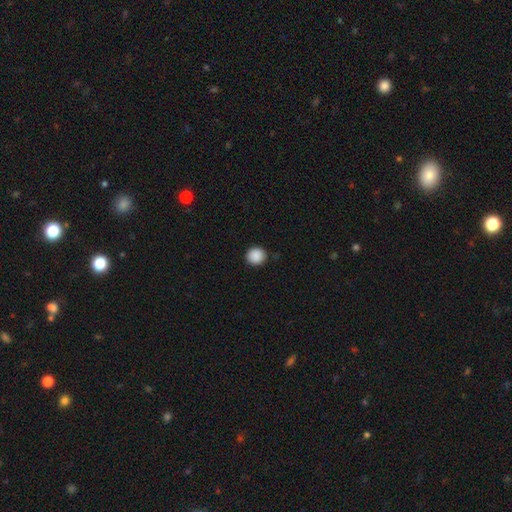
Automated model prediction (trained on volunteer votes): Smooth or featured?
  - smooth: 89% *
  - star or artifact: 9%
  - featured or disk: 2%
How rounded?
  - round: 89% *
  - in between: 10%
  - cigar-shaped: 1%
Merging?
  - none: 89% *
  - minor disturbance: 8%
  - major disturbance: 2%
  - merger: 1%